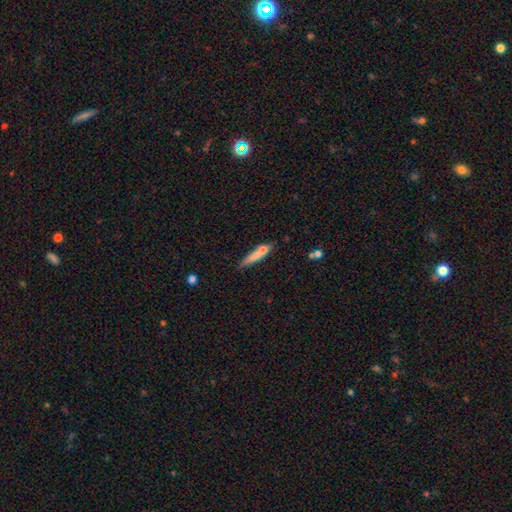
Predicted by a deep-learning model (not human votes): smooth-or-featured: smooth: 67% | featured or disk: 25% | star or artifact: 8%
  how-rounded: cigar-shaped: 85% | in between: 12% | round: 3%
  merging: none: 58% | minor disturbance: 19% | merger: 17% | major disturbance: 7%